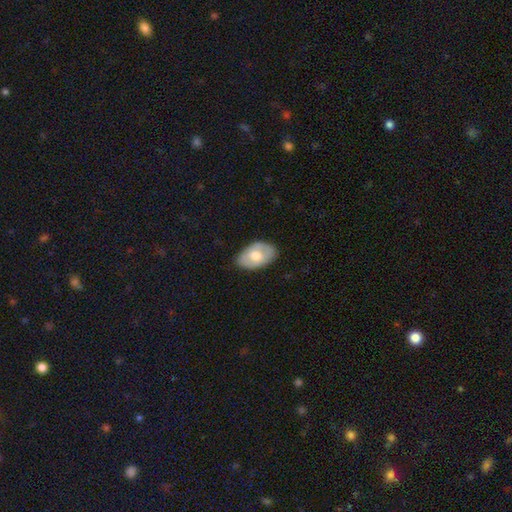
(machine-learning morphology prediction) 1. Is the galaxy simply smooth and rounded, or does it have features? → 59% smooth, 35% featured or disk, 6% star or artifact.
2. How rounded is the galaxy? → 91% in between, 7% round, 1% cigar-shaped.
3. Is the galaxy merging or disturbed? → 79% none, 17% minor disturbance, 3% major disturbance, 1% merger.